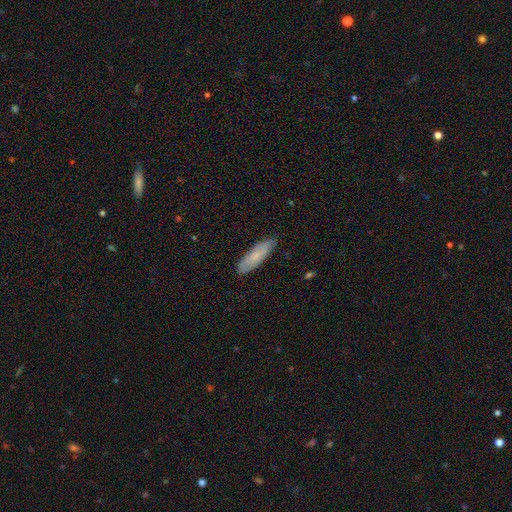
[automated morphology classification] smooth-or-featured: smooth: 66% | featured or disk: 28% | star or artifact: 6%
  how-rounded: cigar-shaped: 55% | in between: 43% | round: 2%
  merging: none: 85% | minor disturbance: 12% | major disturbance: 2% | merger: 1%